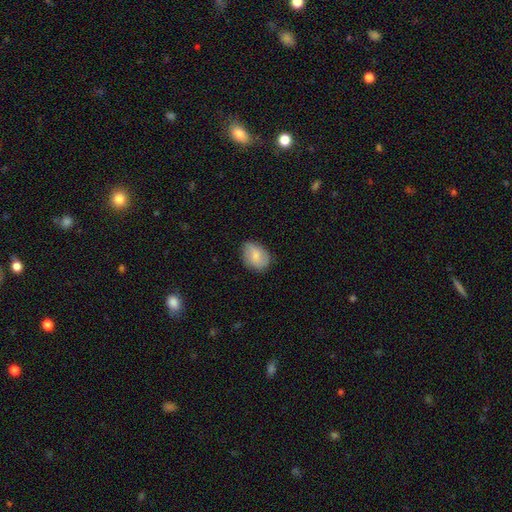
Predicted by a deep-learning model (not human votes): Overall: smooth (72%). How rounded: in between (71%). Merging: none (77%).